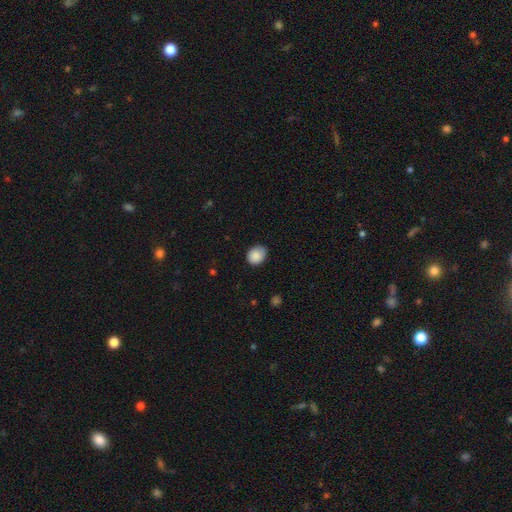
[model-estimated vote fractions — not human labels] A smooth galaxy with no disk features (88%) that is round (53%). Merging: none (73%).